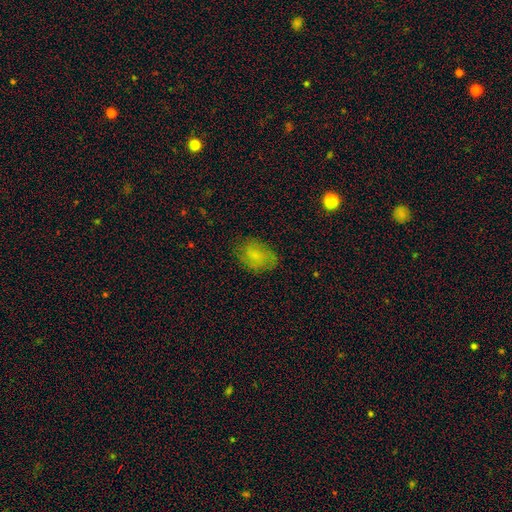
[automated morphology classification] Smooth or featured? Predicted: smooth (p=0.72). How rounded? Predicted: in between (p=0.79). Merging? Predicted: none (p=0.70).